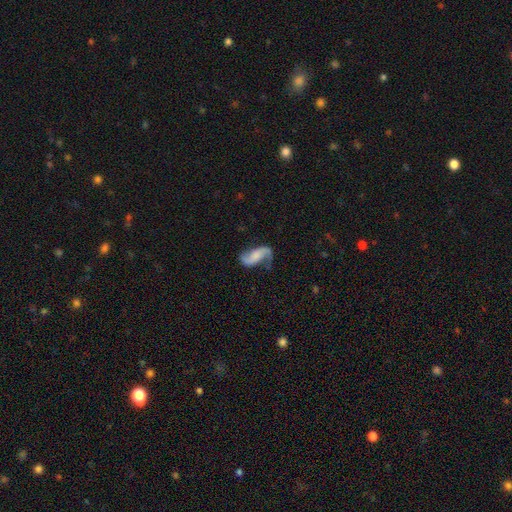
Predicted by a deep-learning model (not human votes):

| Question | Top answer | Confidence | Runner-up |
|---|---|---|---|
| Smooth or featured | featured or disk | 82% | smooth (12%) |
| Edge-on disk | no | 96% | yes (4%) |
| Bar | no | 52% | weak (33%) |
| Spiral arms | yes | 96% | no (4%) |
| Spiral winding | loose | 70% | medium (24%) |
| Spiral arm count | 2 | 90% | 1 (5%) |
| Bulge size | none | 42% | small (25%) |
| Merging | none | 68% | minor disturbance (18%) |